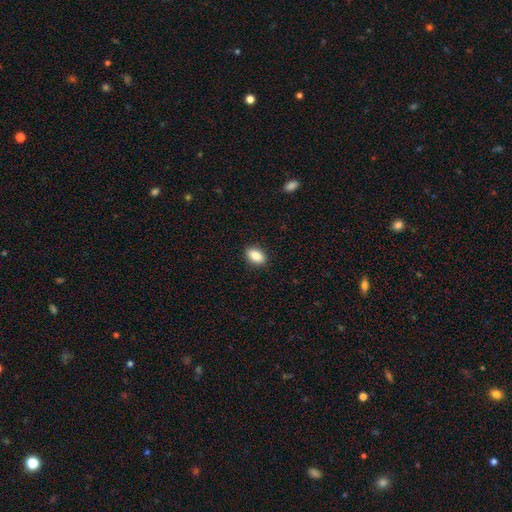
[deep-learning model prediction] Smooth or featured?
  - smooth: 88% *
  - star or artifact: 7%
  - featured or disk: 5%
How rounded?
  - in between: 89% *
  - round: 9%
  - cigar-shaped: 2%
Merging?
  - none: 90% *
  - minor disturbance: 7%
  - major disturbance: 2%
  - merger: 1%